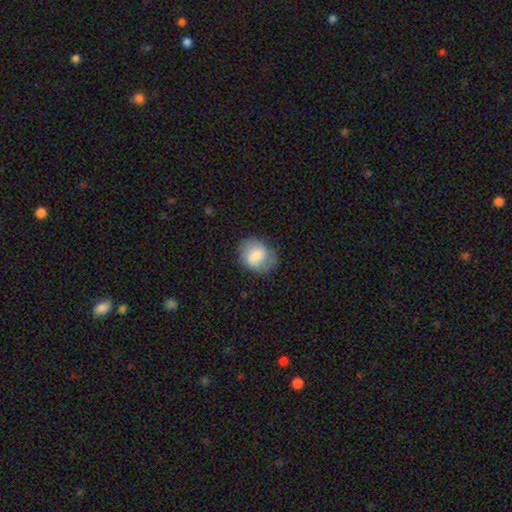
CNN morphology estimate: Q: Smooth or featured?
A: smooth (66%); runner-up: featured or disk (27%)
Q: How rounded?
A: round (55%); runner-up: in between (44%)
Q: Merging?
A: none (68%); runner-up: minor disturbance (22%)